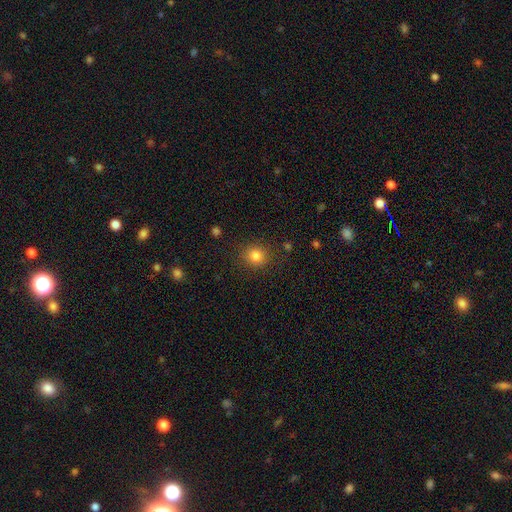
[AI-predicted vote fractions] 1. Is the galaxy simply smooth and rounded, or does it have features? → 83% smooth, 12% star or artifact, 5% featured or disk.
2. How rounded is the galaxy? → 83% round, 16% in between, 1% cigar-shaped.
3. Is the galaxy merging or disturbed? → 87% none, 9% minor disturbance, 3% major disturbance, 2% merger.